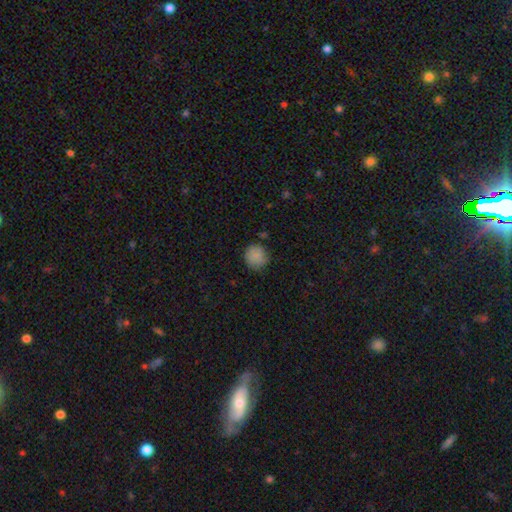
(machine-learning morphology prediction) smooth-or-featured: smooth: 86% | star or artifact: 9% | featured or disk: 5%
  how-rounded: round: 90% | in between: 9% | cigar-shaped: 1%
  merging: none: 78% | minor disturbance: 17% | major disturbance: 4% | merger: 2%